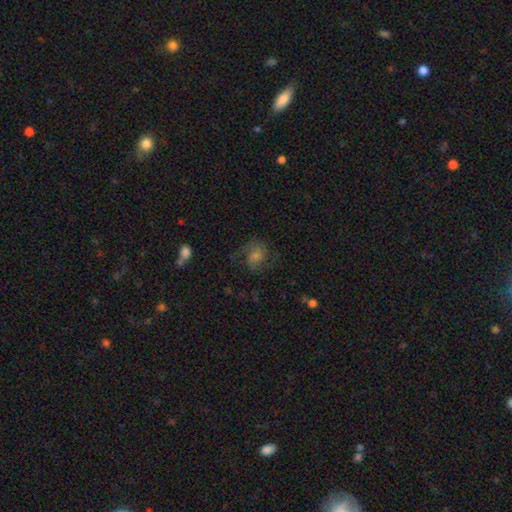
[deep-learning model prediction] Smooth or featured?
  - featured or disk: 61% *
  - smooth: 23%
  - star or artifact: 16%
Edge-on disk?
  - no: 97% *
  - yes: 3%
Bar?
  - no: 52% *
  - weak: 39%
  - strong: 9%
Spiral arms?
  - yes: 92% *
  - no: 8%
Spiral winding?
  - medium: 51% *
  - loose: 25%
  - tight: 24%
Spiral arm count?
  - 2: 77% *
  - can't tell: 10%
  - 1: 7%
  - 3: 3%
  - 4: 2%
  - more than 4: 2%
Bulge size?
  - moderate: 44% *
  - small: 41%
  - large: 7%
  - none: 6%
  - dominant: 2%
Merging?
  - none: 70% *
  - minor disturbance: 16%
  - major disturbance: 12%
  - merger: 2%